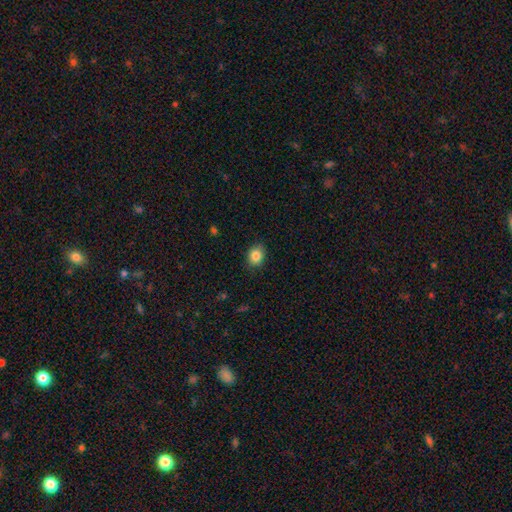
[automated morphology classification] This is clearly a smooth galaxy (85%). How rounded: possibly in between (53%). Merging: clearly none (86%).